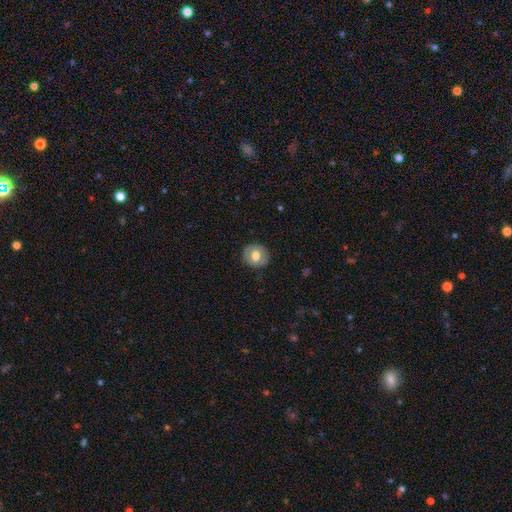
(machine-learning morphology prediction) Smooth or featured? smooth (62%)
How rounded? round (86%)
Merging? none (87%)